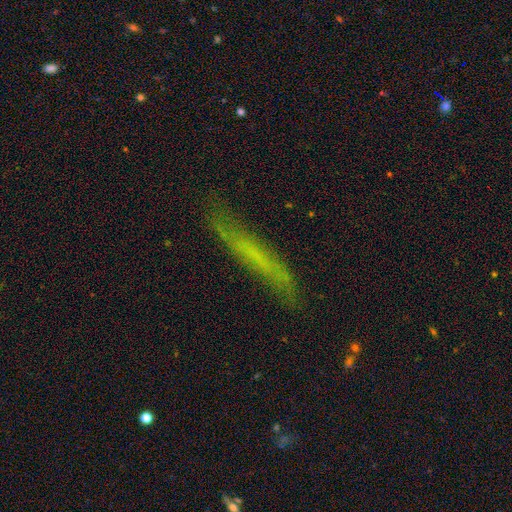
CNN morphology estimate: Smooth or featured? Predicted: featured or disk (p=0.45). Merging? Predicted: none (p=0.75).